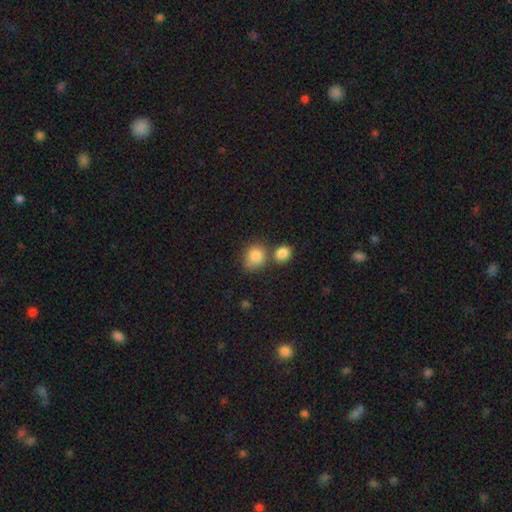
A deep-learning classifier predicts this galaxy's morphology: Overall: smooth (85%). How rounded: round (74%). Merging: none (54%; merger 29%).